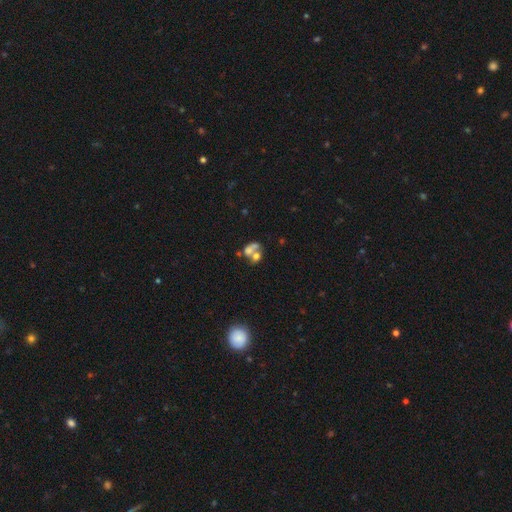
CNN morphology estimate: A smooth galaxy with no disk features (52%) that is in between round and cigar-shaped (60%).

Vote fractions:
- Smooth or featured? smooth: 52% / featured or disk: 33% / star or artifact: 14%
- How rounded? in between: 60% / round: 39% / cigar-shaped: 2%
- Merging? merger: 64% / none: 20% / major disturbance: 9% / minor disturbance: 8%